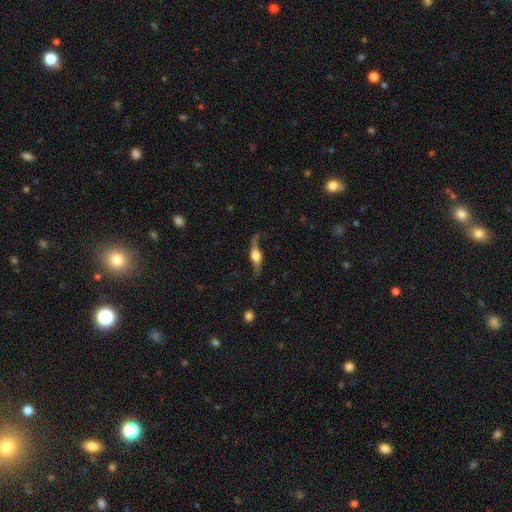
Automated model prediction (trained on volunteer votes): smooth-or-featured: featured or disk: 76% | smooth: 18% | star or artifact: 6%
  disk-edge-on: yes: 76% | no: 24%
    edge-on-bulge: rounded: 91% | boxy: 7% | none: 2%
  merging: none: 70% | minor disturbance: 19% | major disturbance: 9% | merger: 2%